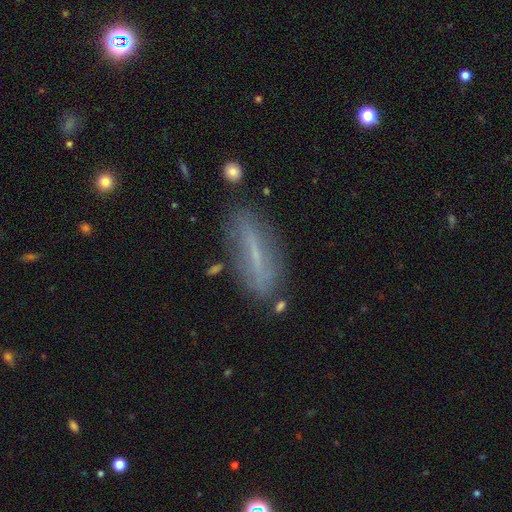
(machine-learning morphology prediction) type=featured or disk (49%); merging=none (75%).